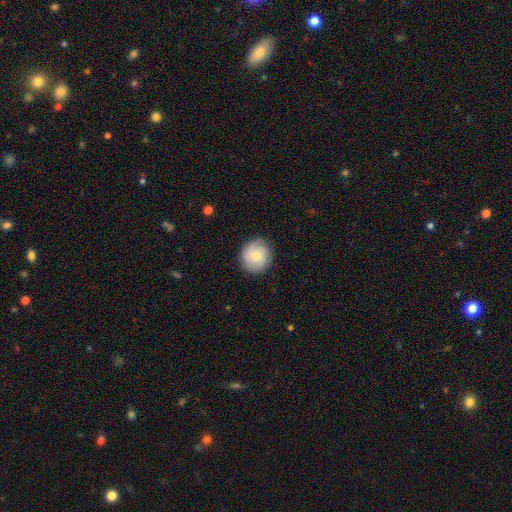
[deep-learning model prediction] This appears to be a smooth galaxy with no disk features (58%) that is round (91%). Merging: none (86%).